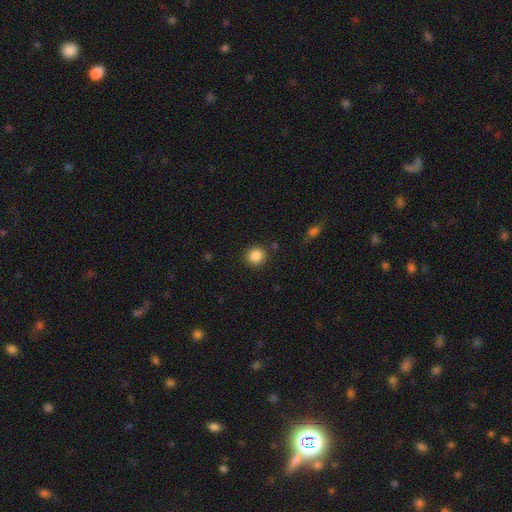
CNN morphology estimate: Smooth or featured? smooth (86%)
How rounded? round (91%)
Merging? none (88%)